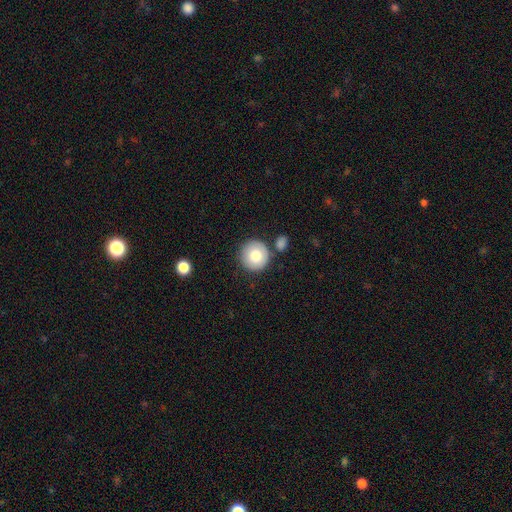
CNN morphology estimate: Smooth or featured?
  - smooth: 82% *
  - featured or disk: 11%
  - star or artifact: 7%
How rounded?
  - round: 94% *
  - in between: 5%
  - cigar-shaped: 1%
Merging?
  - none: 76% *
  - minor disturbance: 11%
  - merger: 10%
  - major disturbance: 3%